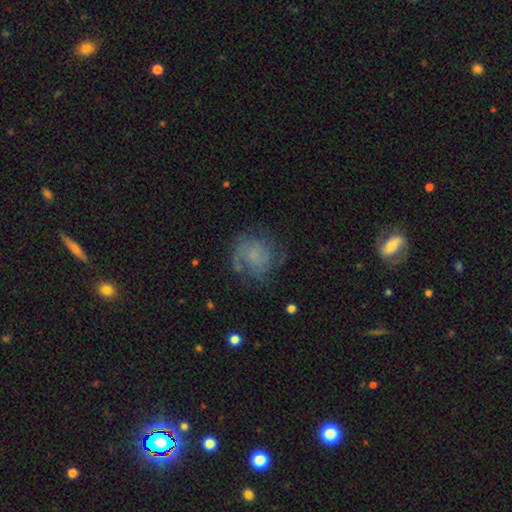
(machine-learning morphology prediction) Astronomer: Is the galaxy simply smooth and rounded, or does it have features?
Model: featured or disk — 52% (runner-up: smooth, 37%).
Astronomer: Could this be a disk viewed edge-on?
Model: no — 98%.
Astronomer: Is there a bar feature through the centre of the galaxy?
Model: no — 78%.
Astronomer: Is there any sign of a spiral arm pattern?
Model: yes — 80%.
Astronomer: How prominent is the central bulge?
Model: none — 51% (runner-up: small, 33%).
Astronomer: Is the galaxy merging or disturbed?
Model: none — 59%.